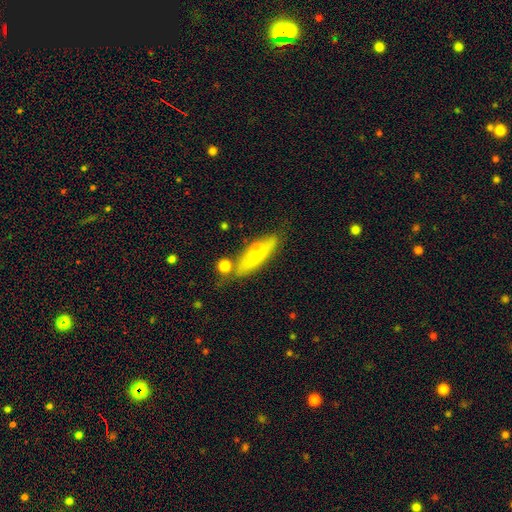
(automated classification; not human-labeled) Smooth or featured: smooth — 63% (featured or disk — 30%)
How rounded: cigar-shaped — 62% (in between — 35%)
Merging: none — 63% (minor disturbance — 18%)